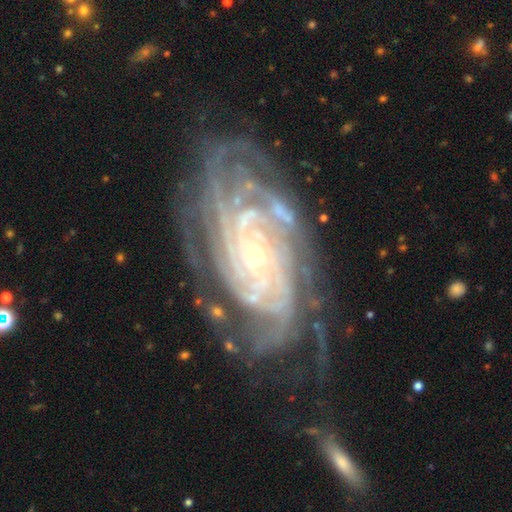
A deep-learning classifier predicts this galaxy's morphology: A featured or disk galaxy (90%) with no bar (68%), more than 4 (28%) tight (78%) spiral arms (98%) and a small central bulge (79%). Merging: none (66%).